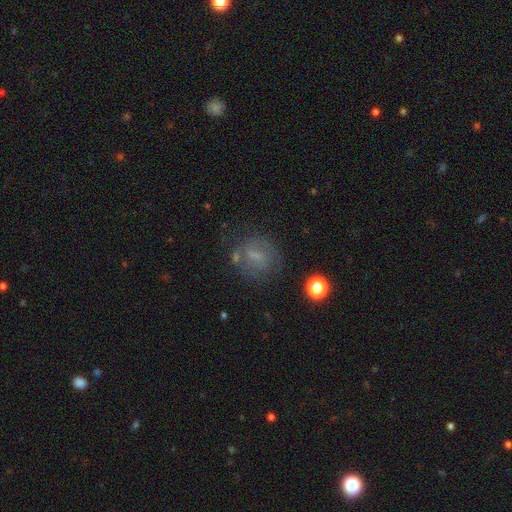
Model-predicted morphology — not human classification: Overall: smooth (44%; featured or disk 38%). Merging: none (64%).